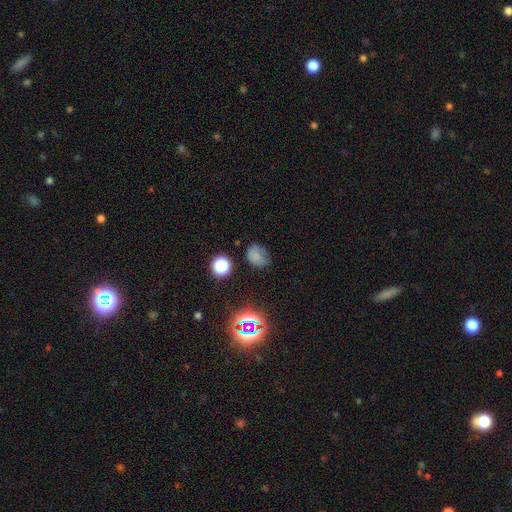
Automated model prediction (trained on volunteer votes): smooth-or-featured: smooth: 70% | star or artifact: 22% | featured or disk: 8%
  how-rounded: in between: 62% | round: 37% | cigar-shaped: 1%
  merging: none: 64% | minor disturbance: 25% | major disturbance: 9% | merger: 3%